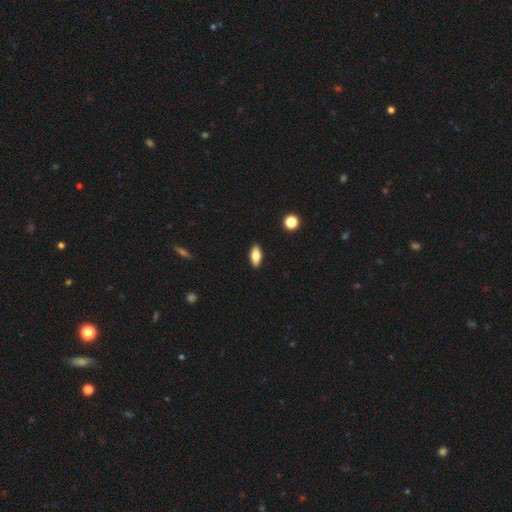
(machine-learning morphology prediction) smooth-or-featured: smooth: 78% | featured or disk: 15% | star or artifact: 7%
  how-rounded: in between: 86% | cigar-shaped: 11% | round: 3%
  merging: none: 90% | minor disturbance: 7% | major disturbance: 2% | merger: 1%